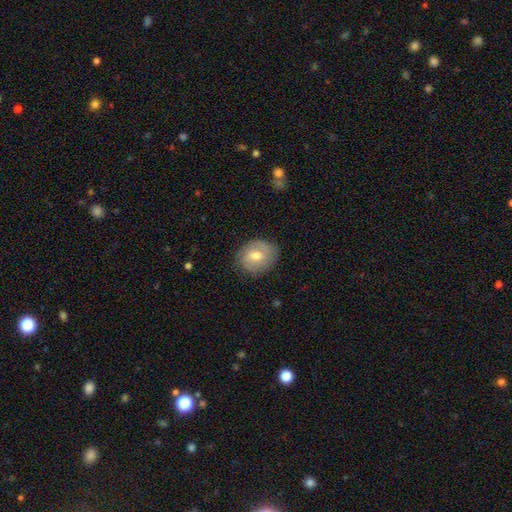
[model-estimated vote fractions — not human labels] smooth_or_featured: smooth (p=0.52) [alt: featured or disk p=0.41]
how_rounded: round (p=0.63) [alt: in between p=0.36]
merging: none (p=0.78) [alt: minor disturbance p=0.16]